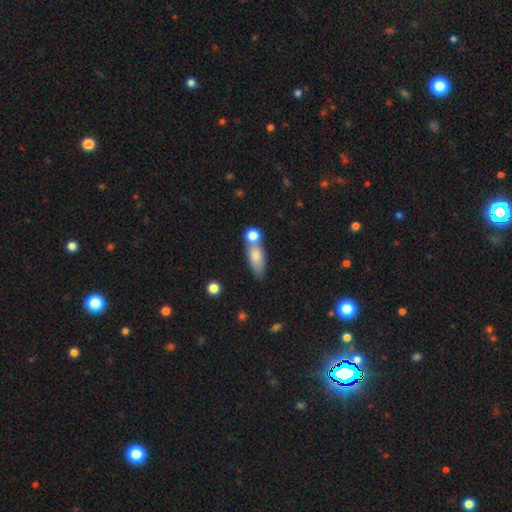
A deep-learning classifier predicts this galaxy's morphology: type=smooth (77%); roundness=in between (72%); merging=none (41%).